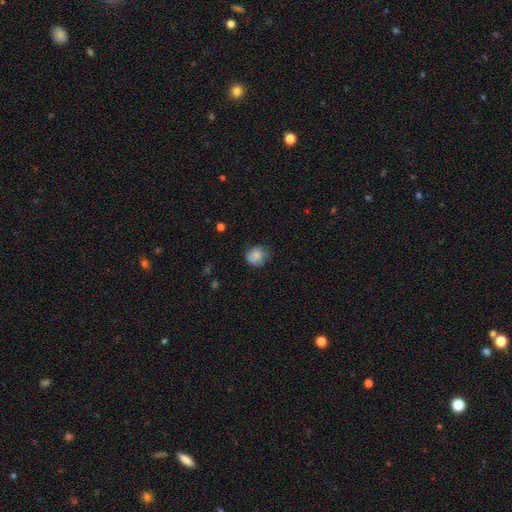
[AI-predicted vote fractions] The model was most divided on "merging": none: 67%, minor disturbance: 25%, major disturbance: 6%, merger: 1%. More confident: smooth or featured — smooth (83%); how rounded — round (76%).